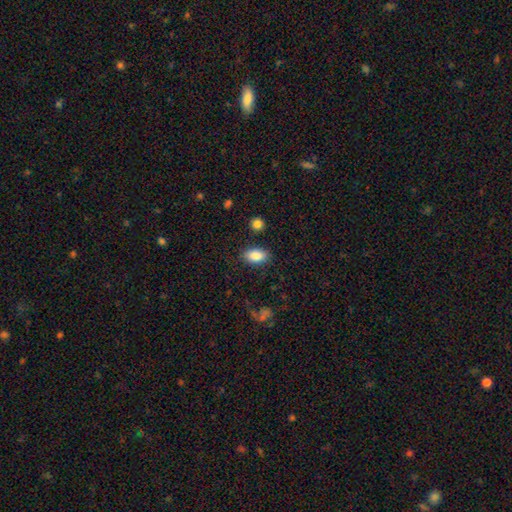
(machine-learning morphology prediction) smooth_or_featured: smooth (p=0.87) [alt: star or artifact p=0.07]
how_rounded: in between (p=0.90) [alt: round p=0.08]
merging: none (p=0.85) [alt: minor disturbance p=0.10]